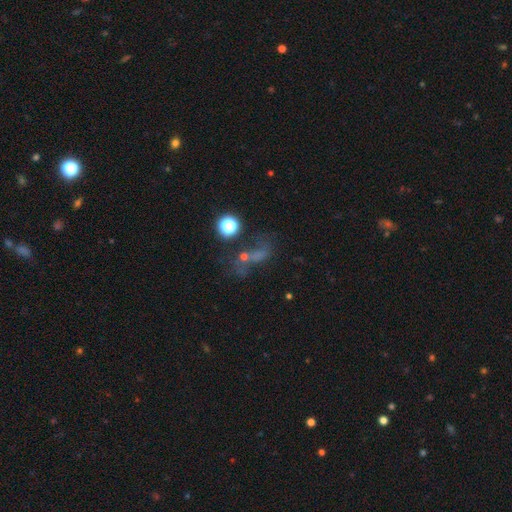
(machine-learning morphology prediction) The model was most divided on "smooth or featured": star or artifact: 41%, smooth: 35%, featured or disk: 24%.